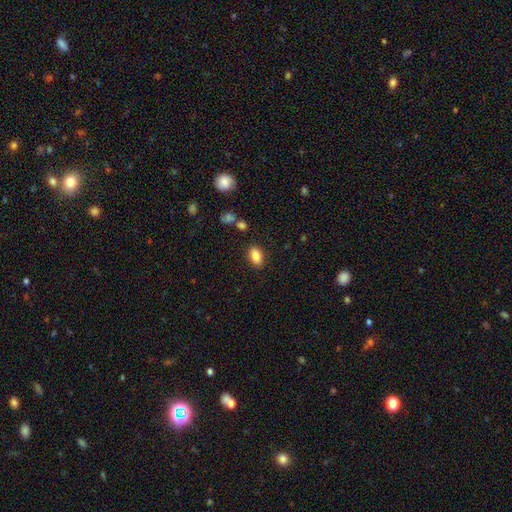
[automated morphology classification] A smooth galaxy with no disk features (85%) that is in between round and cigar-shaped (89%). Merging: none (85%).